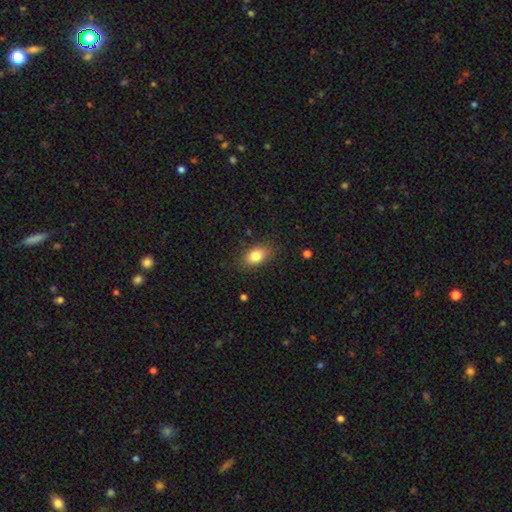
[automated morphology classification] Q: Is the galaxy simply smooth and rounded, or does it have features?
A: smooth — 83%.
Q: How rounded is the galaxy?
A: in between — 85%.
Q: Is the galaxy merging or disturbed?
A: none — 82%.